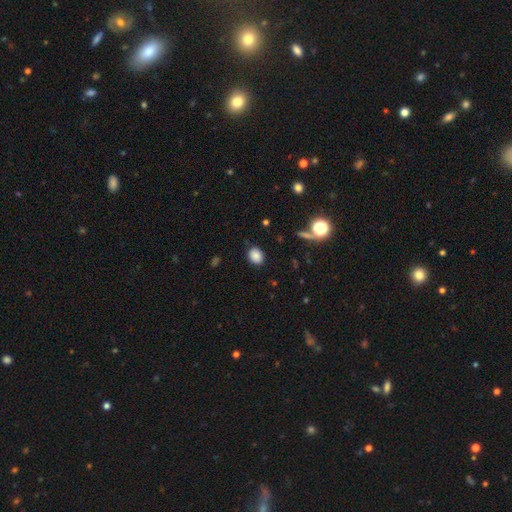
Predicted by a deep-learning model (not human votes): Overall: smooth (84%). How rounded: in between (56%; round 43%). Merging: none (86%).